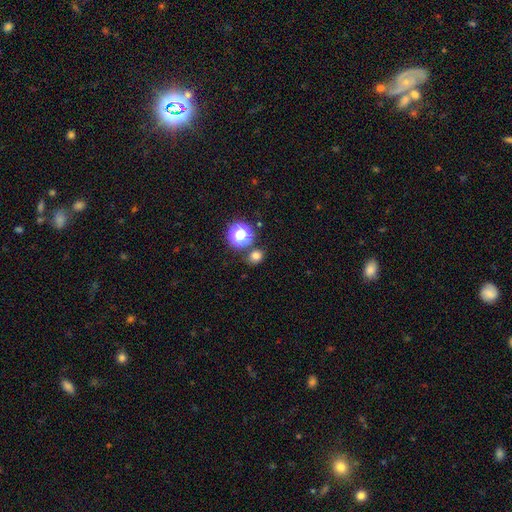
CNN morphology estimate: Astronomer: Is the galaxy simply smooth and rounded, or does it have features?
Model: smooth — 73%.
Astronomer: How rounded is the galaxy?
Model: round — 69%.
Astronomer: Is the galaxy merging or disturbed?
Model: none — 78%.